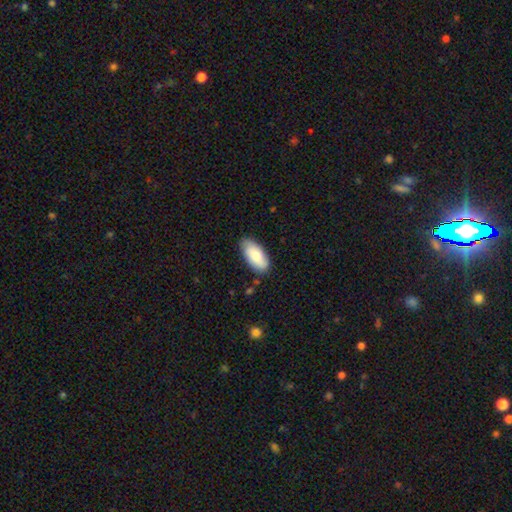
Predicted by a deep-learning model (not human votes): Smooth or featured?
  - smooth: 82% *
  - featured or disk: 12%
  - star or artifact: 6%
How rounded?
  - in between: 92% *
  - cigar-shaped: 6%
  - round: 2%
Merging?
  - none: 80% *
  - minor disturbance: 15%
  - major disturbance: 3%
  - merger: 2%